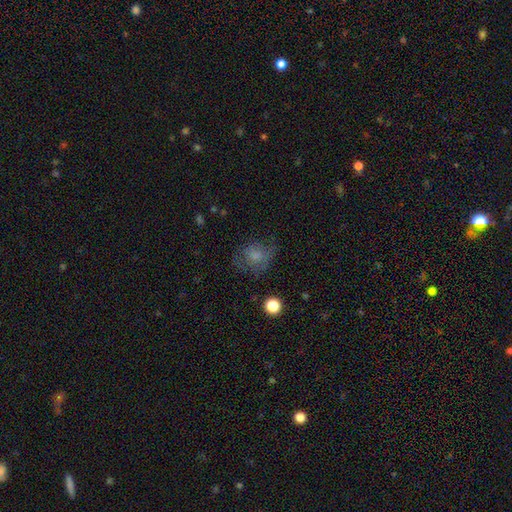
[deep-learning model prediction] Smooth or featured? smooth (68%)
How rounded? round (65%)
Merging? none (49%)